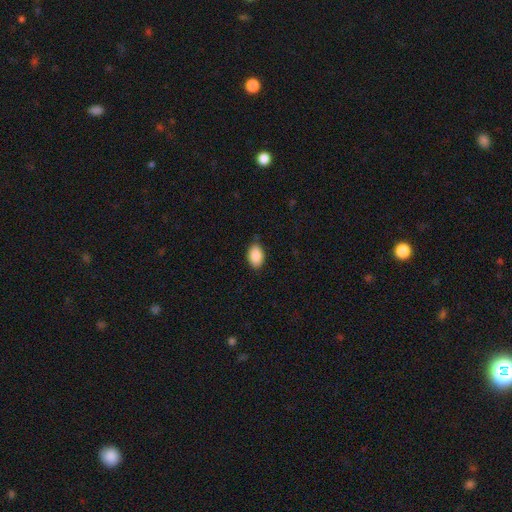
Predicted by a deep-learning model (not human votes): This is clearly a smooth galaxy (89%). How rounded: clearly in between (90%). Merging: clearly none (81%).